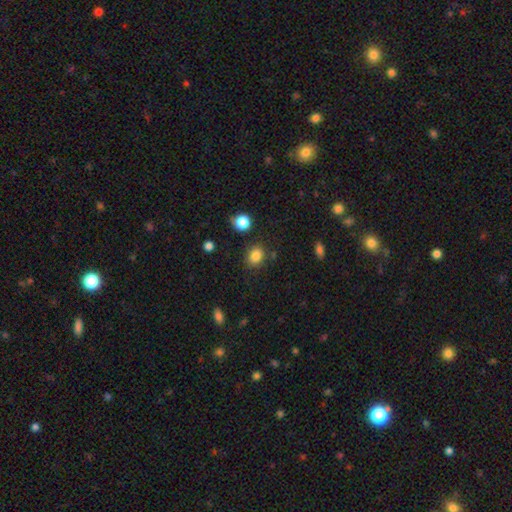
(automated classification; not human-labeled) smooth 84%, star or artifact 11%, featured or disk 5%. Down the decision tree: how rounded — round (59%); merging — none (81%).